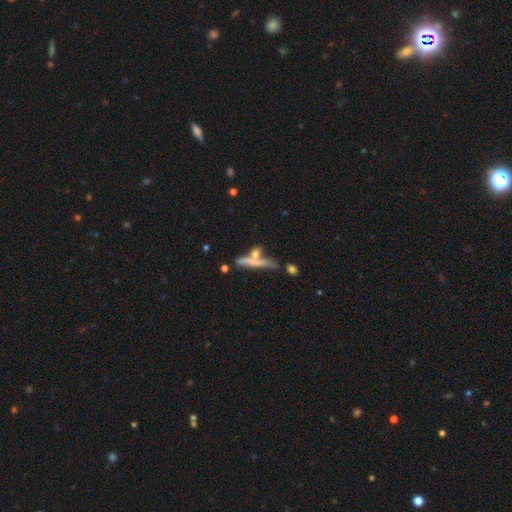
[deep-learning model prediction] smooth-or-featured: smooth: 50% | featured or disk: 41% | star or artifact: 9%
  how-rounded: cigar-shaped: 87% | in between: 8% | round: 4%
  merging: none: 60% | merger: 19% | minor disturbance: 14% | major disturbance: 6%